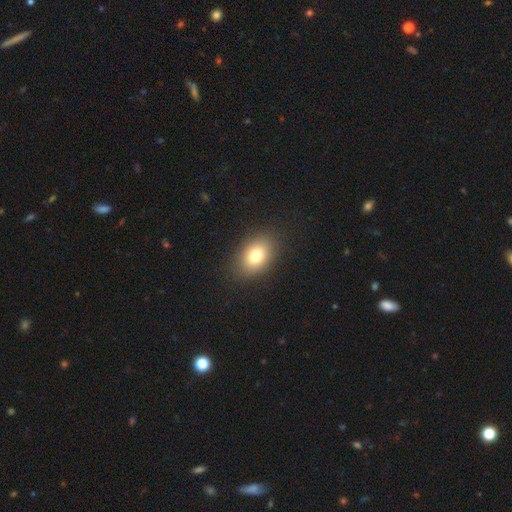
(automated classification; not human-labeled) Smooth or featured? Predicted: smooth (p=0.79). How rounded? Predicted: in between (p=0.81). Merging? Predicted: none (p=0.87).